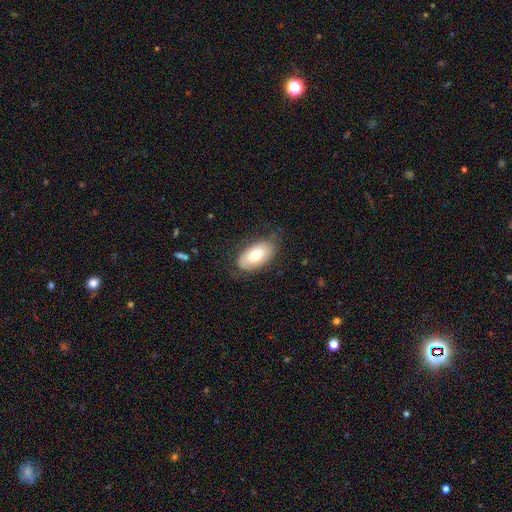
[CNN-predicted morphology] smooth_or_featured: smooth (p=0.69) [alt: featured or disk p=0.24]
how_rounded: in between (p=0.94) [alt: round p=0.03]
merging: none (p=0.75) [alt: minor disturbance p=0.19]